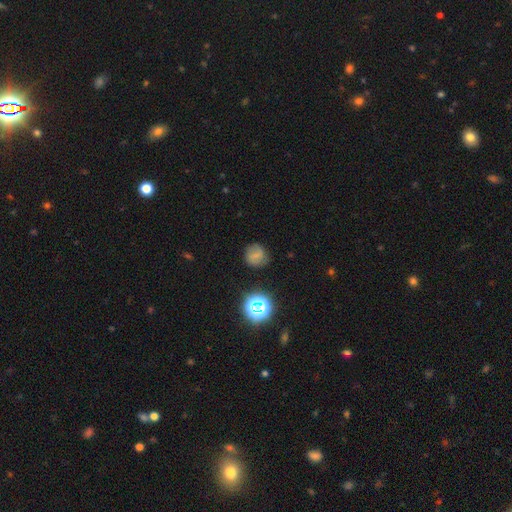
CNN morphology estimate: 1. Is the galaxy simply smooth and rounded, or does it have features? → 61% smooth, 20% featured or disk, 19% star or artifact.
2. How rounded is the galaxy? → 88% round, 11% in between, 1% cigar-shaped.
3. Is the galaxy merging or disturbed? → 77% none, 16% minor disturbance, 5% major disturbance, 2% merger.